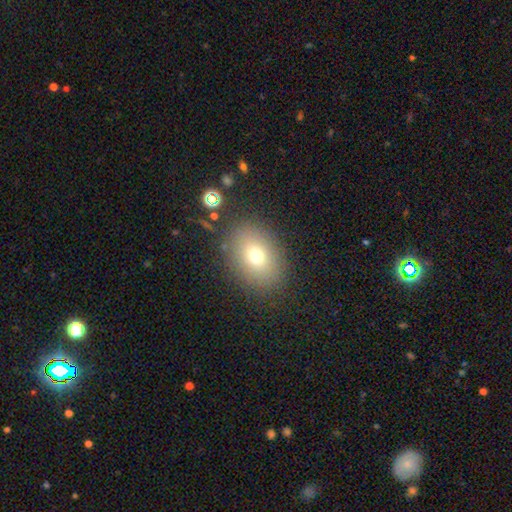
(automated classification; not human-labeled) Smooth or featured: smooth — 72% (featured or disk — 14%)
How rounded: in between — 70% (round — 29%)
Merging: none — 85% (minor disturbance — 9%)